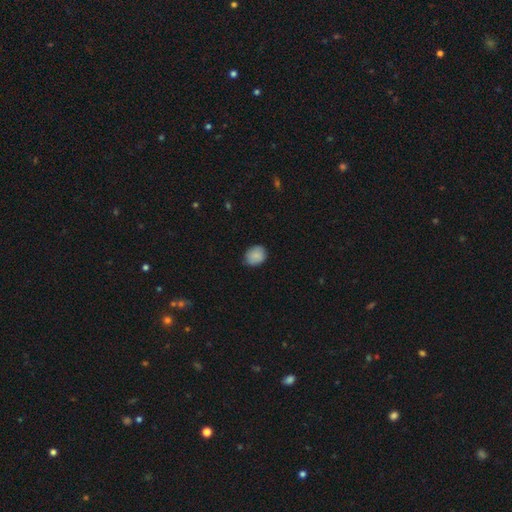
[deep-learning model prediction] This is clearly a smooth galaxy (86%). How rounded: possibly round (51%). Merging: clearly none (82%).